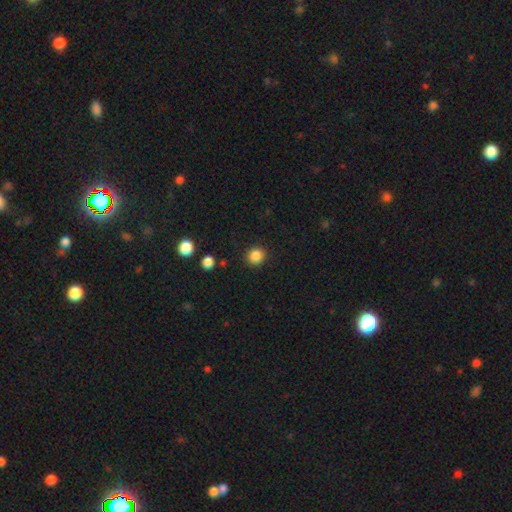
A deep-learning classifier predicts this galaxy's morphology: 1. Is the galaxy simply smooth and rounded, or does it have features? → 86% smooth, 11% star or artifact, 3% featured or disk.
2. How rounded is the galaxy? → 90% round, 9% in between, 1% cigar-shaped.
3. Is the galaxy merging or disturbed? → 90% none, 6% minor disturbance, 2% major disturbance, 2% merger.